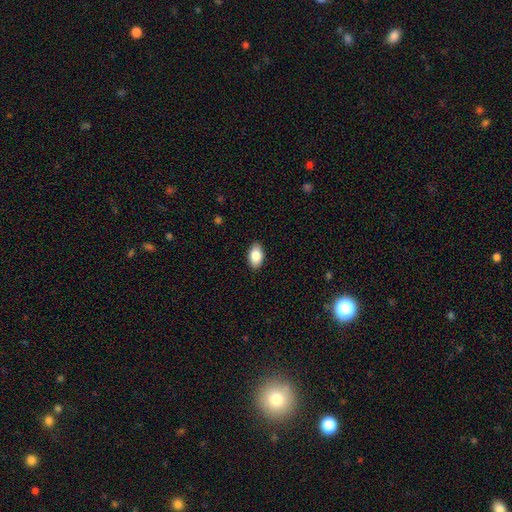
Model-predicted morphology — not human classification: Smooth or featured? smooth (85%)
How rounded? in between (92%)
Merging? none (89%)